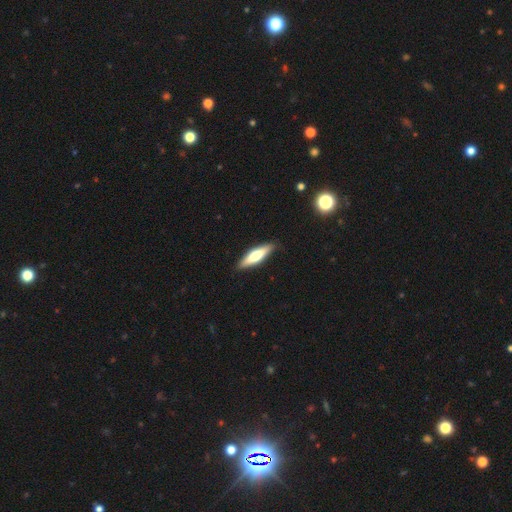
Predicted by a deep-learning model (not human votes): Smooth or featured? Predicted: smooth (p=0.54). How rounded? Predicted: cigar-shaped (p=0.64). Merging? Predicted: none (p=0.88).